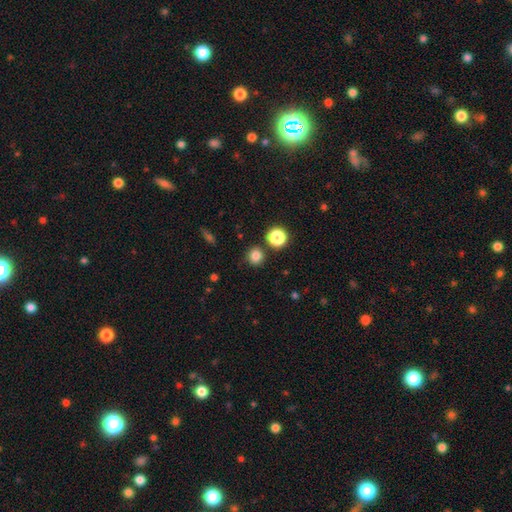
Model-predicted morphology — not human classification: A smooth galaxy with no disk features (82%) that is round (91%). Merging: none (84%).